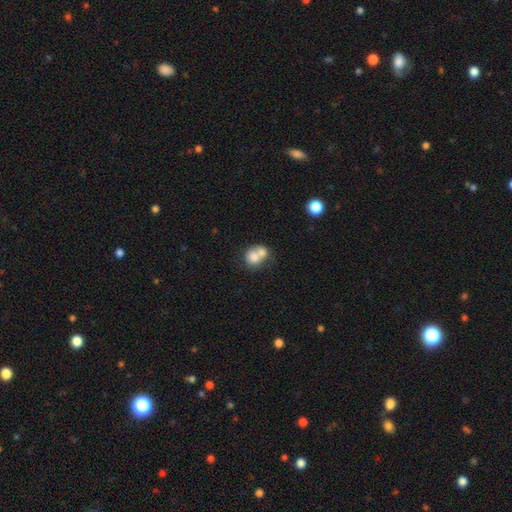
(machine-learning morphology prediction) smooth 73%, featured or disk 18%, star or artifact 9%. Down the decision tree: how rounded — round (68%); merging — merger (65%).